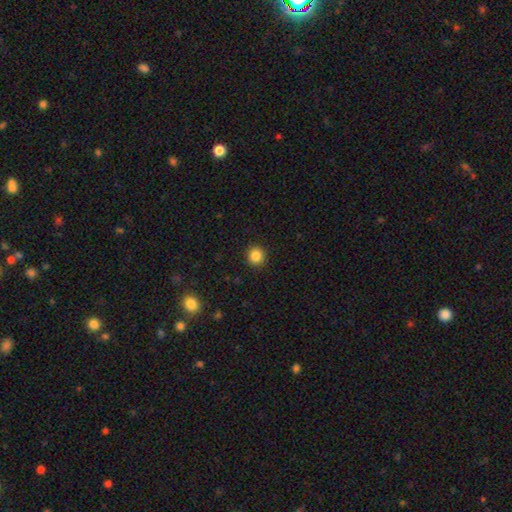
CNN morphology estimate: This is clearly a smooth galaxy (85%). How rounded: clearly round (90%). Merging: clearly none (91%).